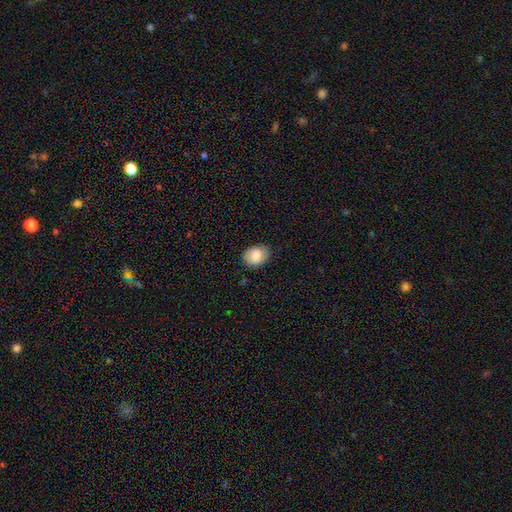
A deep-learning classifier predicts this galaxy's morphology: smooth_or_featured: smooth (p=0.84) [alt: featured or disk p=0.09]
how_rounded: in between (p=0.70) [alt: round p=0.29]
merging: none (p=0.79) [alt: minor disturbance p=0.17]